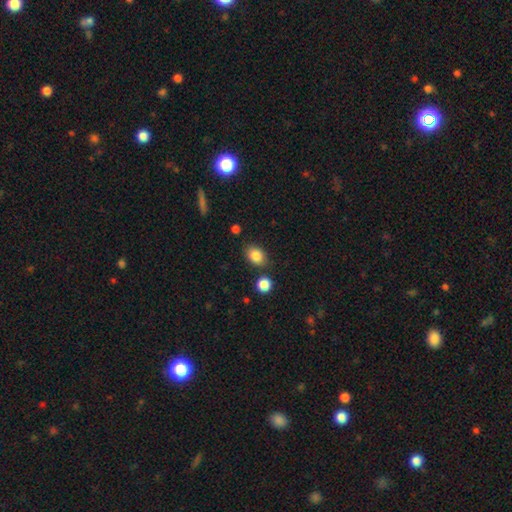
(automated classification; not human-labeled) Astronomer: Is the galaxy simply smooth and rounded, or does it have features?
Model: smooth — 85%.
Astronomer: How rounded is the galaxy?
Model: in between — 71%.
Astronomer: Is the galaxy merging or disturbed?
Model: none — 80%.